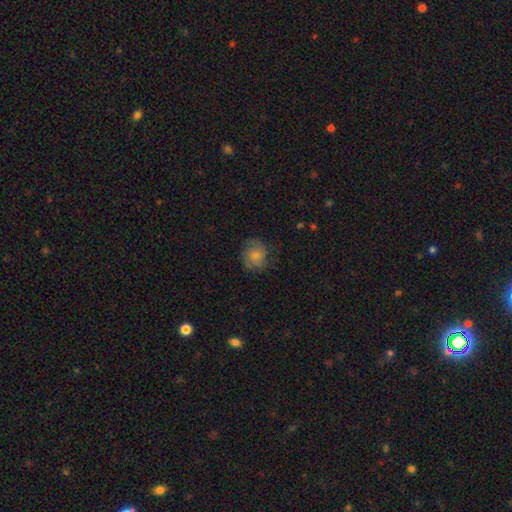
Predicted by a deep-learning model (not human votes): Overall: smooth (67%). How rounded: round (81%). Merging: none (74%).